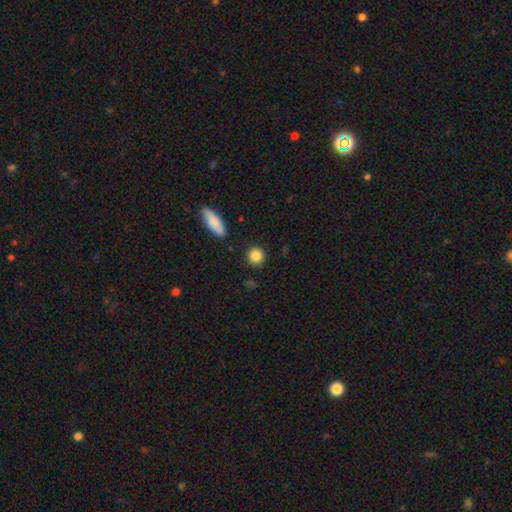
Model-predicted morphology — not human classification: This appears to be a smooth galaxy with no disk features (87%) that is round (86%). Merging: none (89%).